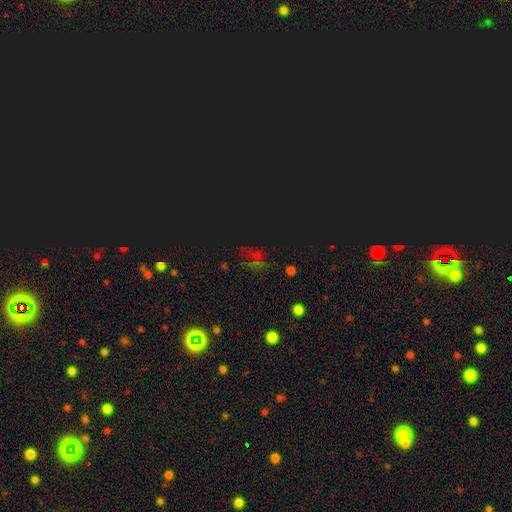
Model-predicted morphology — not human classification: Smooth or featured? star or artifact (65%)